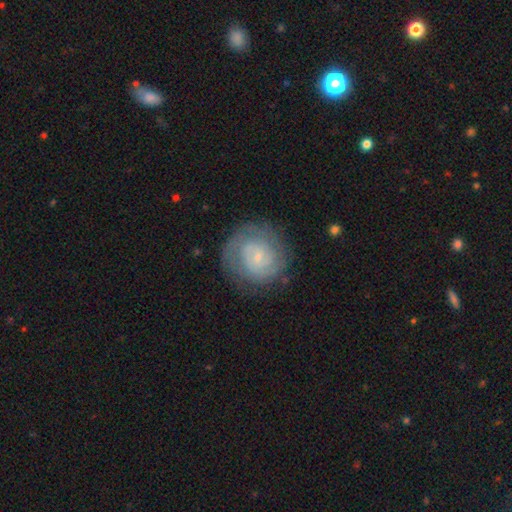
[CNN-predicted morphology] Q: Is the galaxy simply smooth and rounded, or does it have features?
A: featured or disk — 69%.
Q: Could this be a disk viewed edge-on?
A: no — 98%.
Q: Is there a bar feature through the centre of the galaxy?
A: no — 46%, tied with weak.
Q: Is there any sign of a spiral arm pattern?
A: yes — 91%.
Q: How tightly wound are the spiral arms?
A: tight — 67%.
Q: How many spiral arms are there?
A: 2 — 41%.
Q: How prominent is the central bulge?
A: small — 76%.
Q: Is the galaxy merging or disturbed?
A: none — 78%.